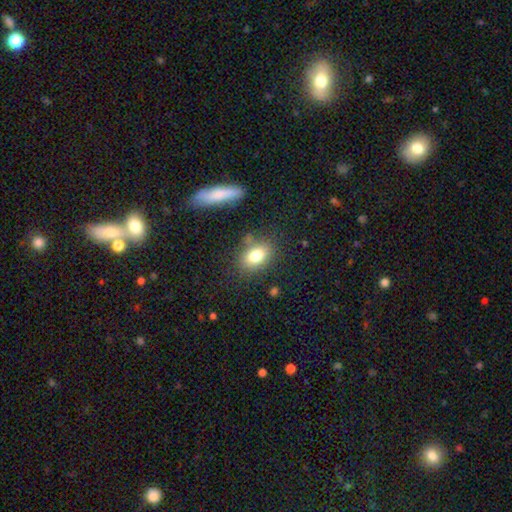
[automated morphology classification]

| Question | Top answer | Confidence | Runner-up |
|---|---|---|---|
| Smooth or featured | smooth | 78% | featured or disk (12%) |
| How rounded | in between | 78% | round (20%) |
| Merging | none | 74% | minor disturbance (15%) |